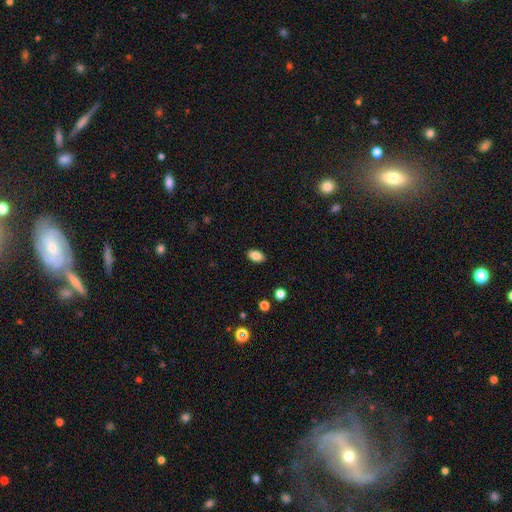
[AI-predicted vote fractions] smooth 86%, star or artifact 9%, featured or disk 5%. Down the decision tree: how rounded — in between (90%); merging — none (89%).